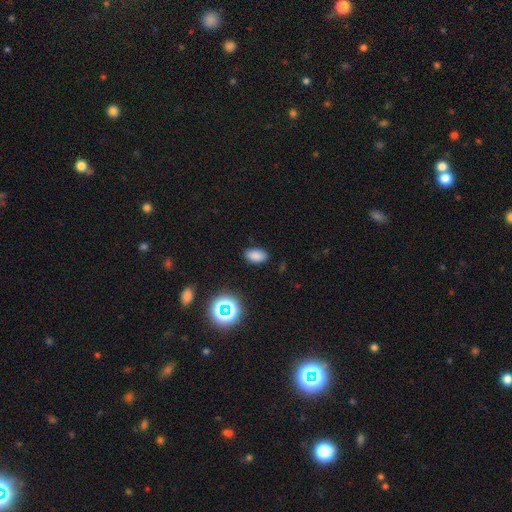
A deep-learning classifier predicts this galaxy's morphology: Smooth or featured? smooth (80%)
How rounded? in between (91%)
Merging? none (86%)